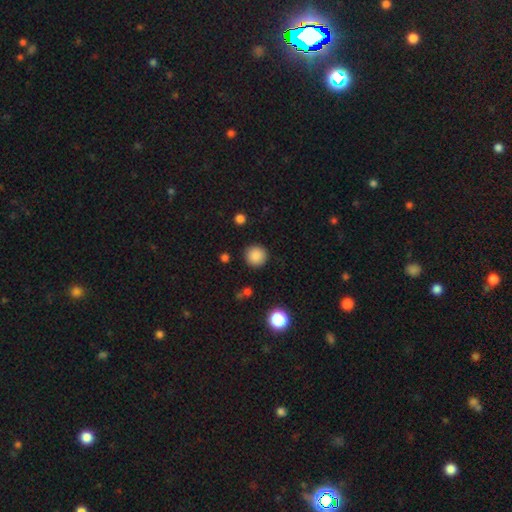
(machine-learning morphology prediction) A smooth galaxy with no disk features (87%) that is round (95%). Merging: none (91%).